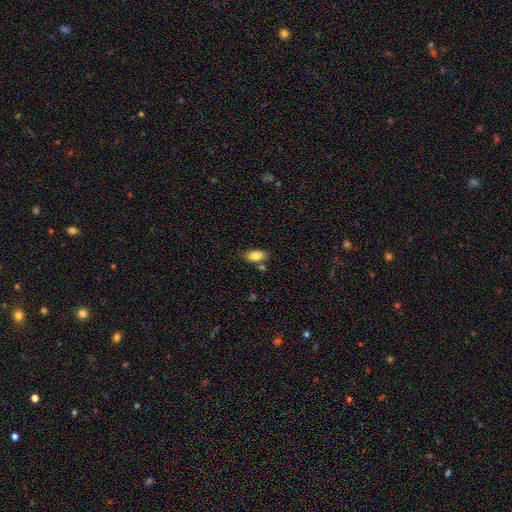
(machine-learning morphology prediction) Overall: smooth (84%). How rounded: in between (91%). Merging: none (72%).